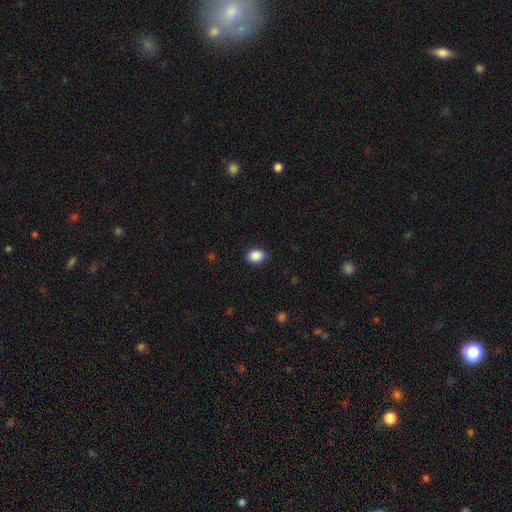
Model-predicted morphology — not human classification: smooth 89%, star or artifact 8%, featured or disk 3%. Down the decision tree: how rounded — in between (63%); merging — none (87%).